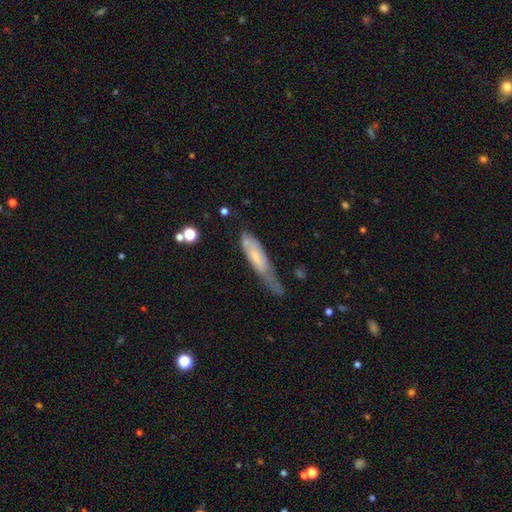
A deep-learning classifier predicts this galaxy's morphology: This is possibly a smooth galaxy (50%). How rounded: likely cigar-shaped (72%). Merging: marginally minor disturbance (38%).